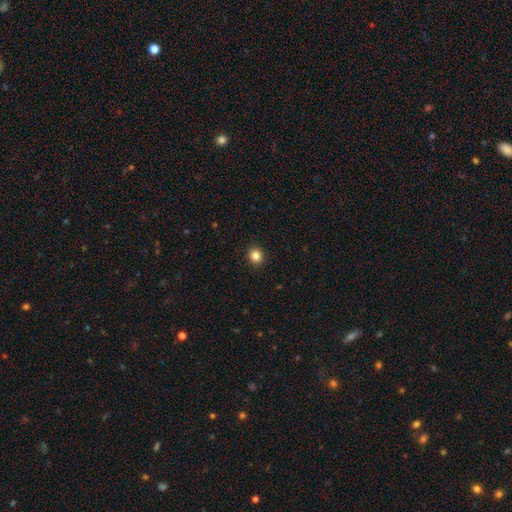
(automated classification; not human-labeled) Morphology: type=smooth (84%); roundness=round (85%); merging=none (92%).